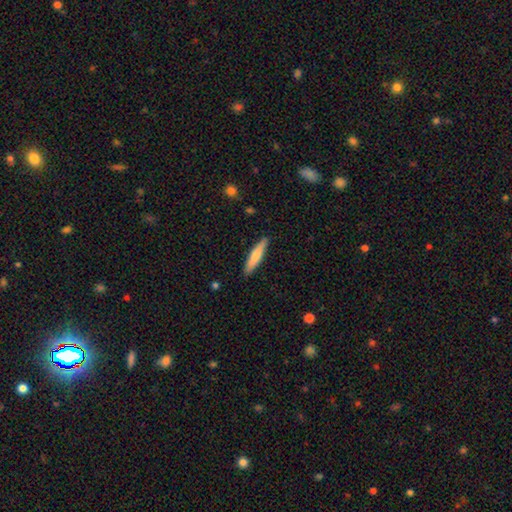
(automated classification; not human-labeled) smooth 71%, featured or disk 24%, star or artifact 5%. Down the decision tree: how rounded — cigar-shaped (88%); merging — none (90%).